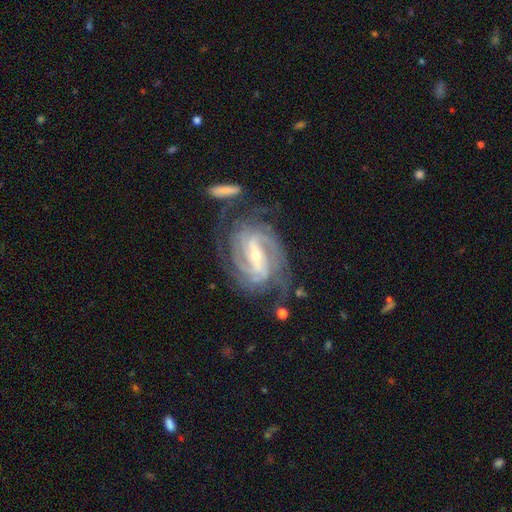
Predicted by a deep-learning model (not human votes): This is clearly a featured or disk galaxy (92%). It is clearly not viewed edge-on (96%). Bar: likely strong (63%). Spiral arm pattern: clearly yes (98%). Spiral arm count: marginally 2 (38%). Spiral winding: possibly tight (57%). Central bulge: possibly small (59%). Merging: likely none (68%).